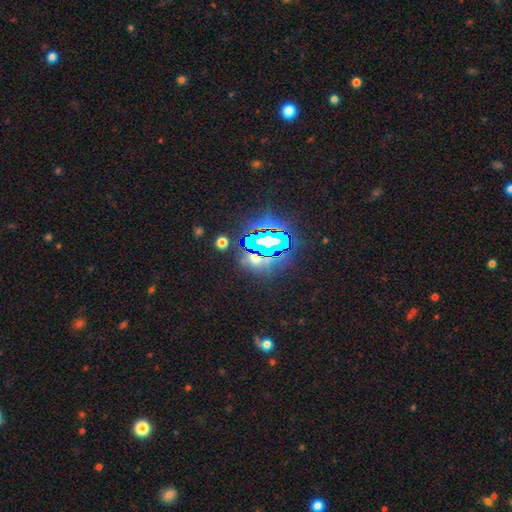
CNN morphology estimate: This is likely a star or artifact rather than a galaxy (72%).